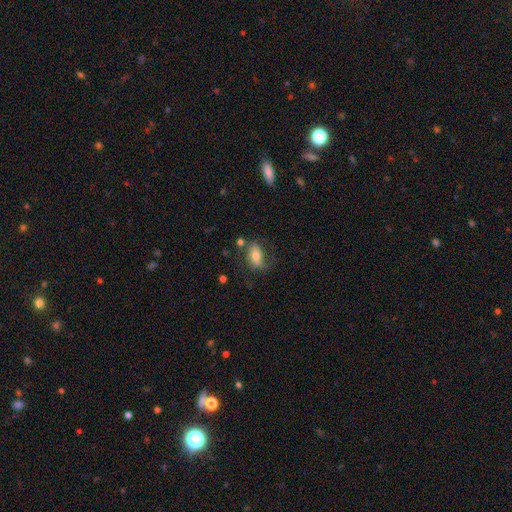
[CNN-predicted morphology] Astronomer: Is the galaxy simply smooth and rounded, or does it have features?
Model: smooth — 56% (runner-up: featured or disk, 35%).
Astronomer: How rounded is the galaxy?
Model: in between — 85%.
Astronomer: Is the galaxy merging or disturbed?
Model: none — 59%.